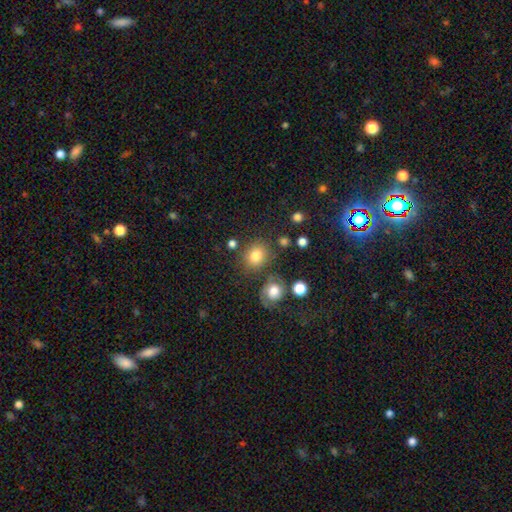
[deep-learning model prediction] Smooth or featured? Predicted: smooth (p=0.79). How rounded? Predicted: round (p=0.74). Merging? Predicted: none (p=0.73).